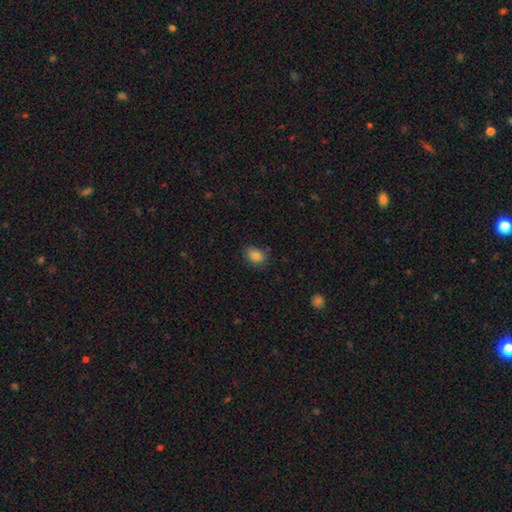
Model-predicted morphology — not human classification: The model was most divided on "how rounded": in between: 73%, round: 25%, cigar-shaped: 1%. More confident: smooth or featured — smooth (85%); merging — none (79%).